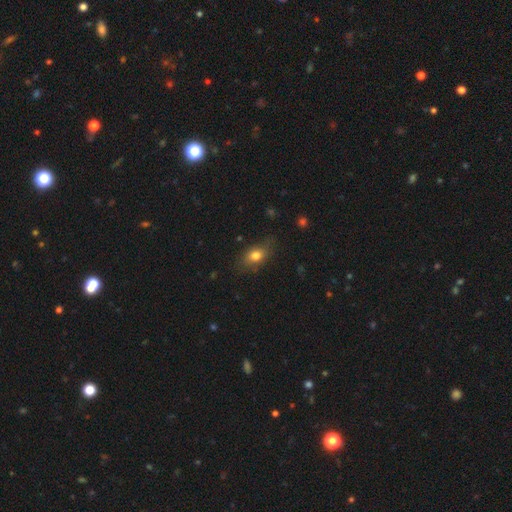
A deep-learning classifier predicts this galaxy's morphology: Overall: smooth (76%). How rounded: in between (75%). Merging: none (72%).